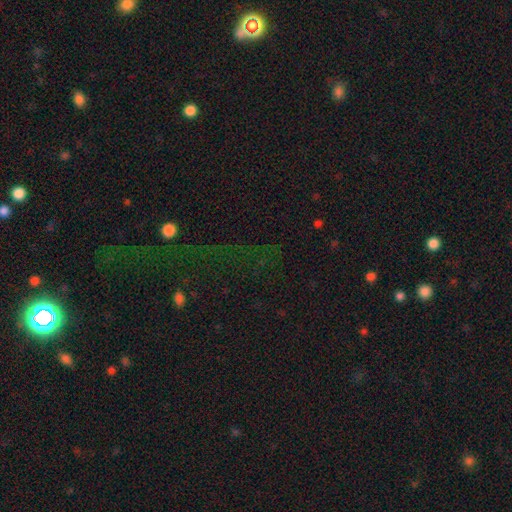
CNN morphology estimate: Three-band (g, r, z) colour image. It shows a star or artifact, not a galaxy (70%).